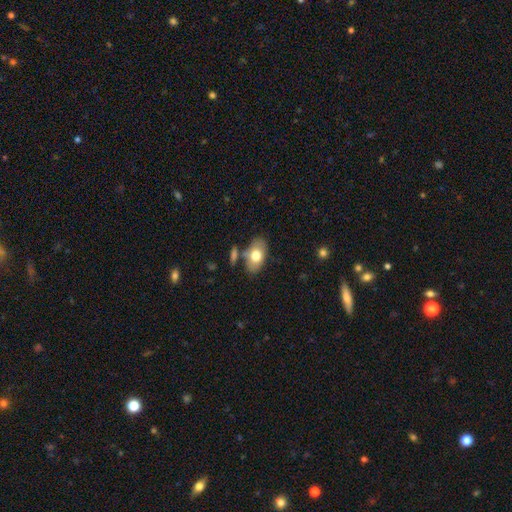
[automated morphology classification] Smooth or featured? Predicted: smooth (p=0.71). How rounded? Predicted: in between (p=0.91). Merging? Predicted: none (p=0.70).